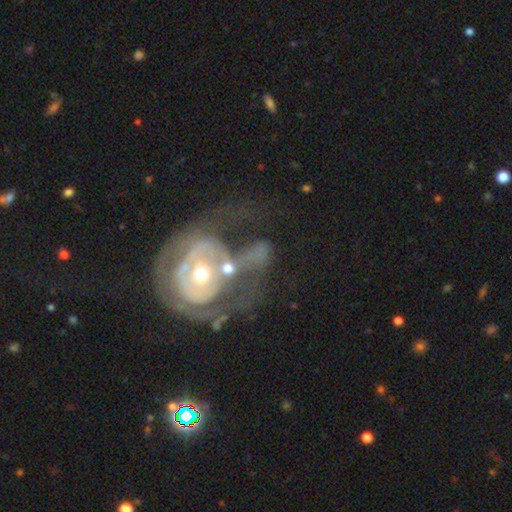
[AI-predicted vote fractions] Smooth or featured? featured or disk (69%)
Edge-on disk? no (96%)
Bar? no (78%)
Spiral arms? no (53%)
Bulge size? moderate (50%)
Merging? merger (34%)